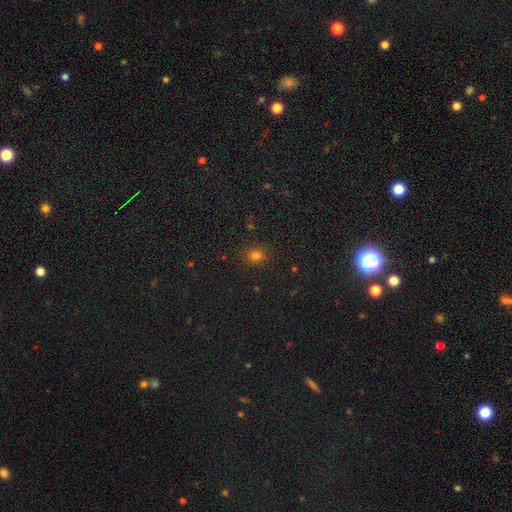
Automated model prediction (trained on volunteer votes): A smooth galaxy with no disk features (77%) that is round (69%). Merging: none (87%).